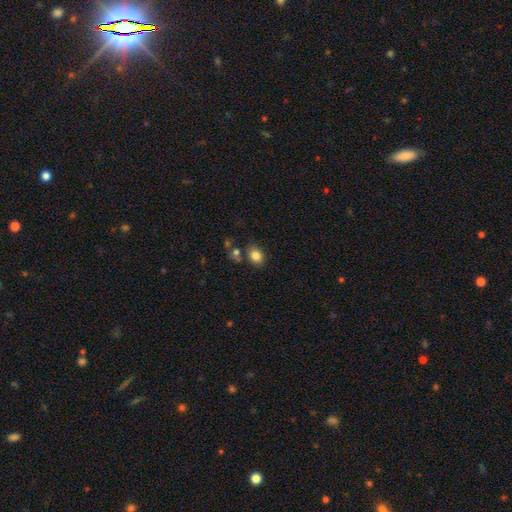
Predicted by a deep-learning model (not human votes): smooth-or-featured: smooth: 83% | star or artifact: 10% | featured or disk: 7%
  how-rounded: in between: 59% | round: 40% | cigar-shaped: 1%
  merging: none: 75% | minor disturbance: 12% | merger: 9% | major disturbance: 4%